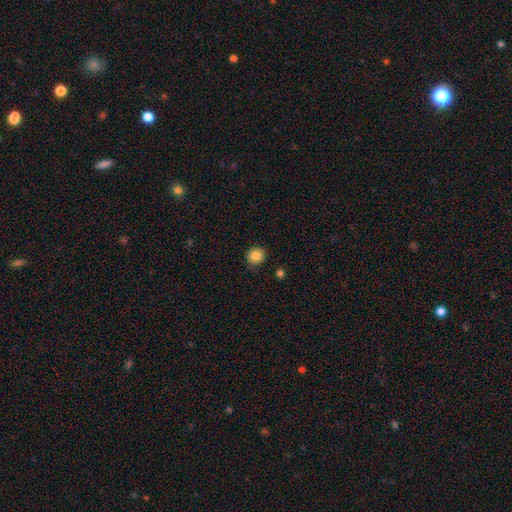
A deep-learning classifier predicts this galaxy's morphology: Smooth or featured? Predicted: smooth (p=0.85). How rounded? Predicted: round (p=0.91). Merging? Predicted: none (p=0.86).